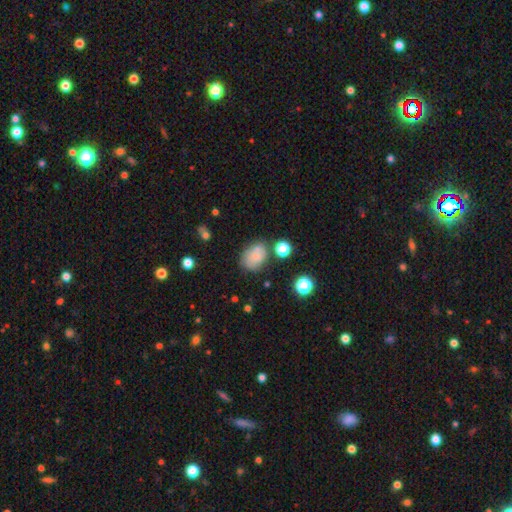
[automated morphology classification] Smooth or featured?
  - smooth: 70% *
  - featured or disk: 17%
  - star or artifact: 13%
How rounded?
  - in between: 66% *
  - round: 33%
  - cigar-shaped: 1%
Merging?
  - none: 54% *
  - minor disturbance: 23%
  - merger: 14%
  - major disturbance: 9%